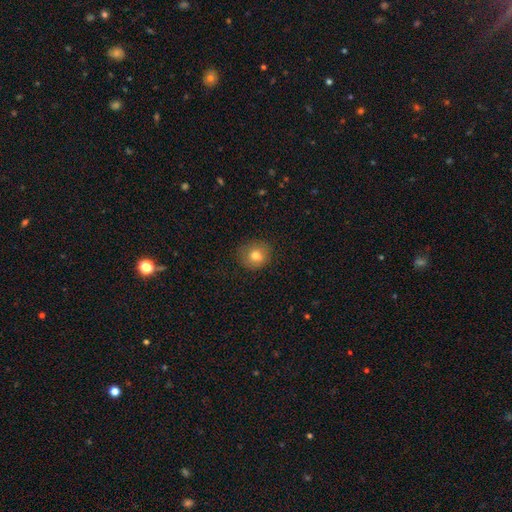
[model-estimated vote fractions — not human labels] smooth 78%, featured or disk 12%, star or artifact 10%. Down the decision tree: how rounded — round (82%); merging — none (83%).